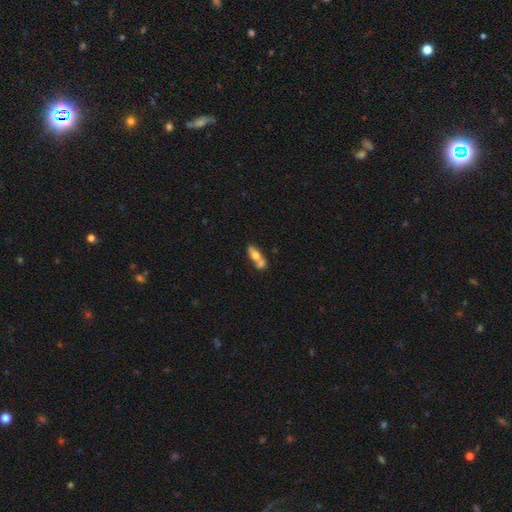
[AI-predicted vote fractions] Smooth or featured? Predicted: smooth (p=0.65). How rounded? Predicted: in between (p=0.76). Merging? Predicted: merger (p=0.61).